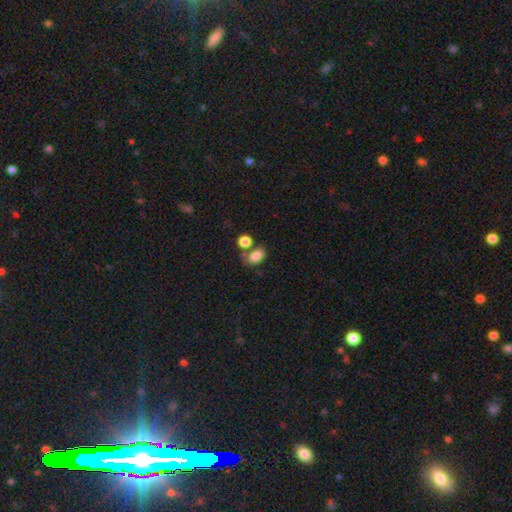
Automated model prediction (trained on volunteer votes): Smooth or featured?
  - smooth: 83% *
  - star or artifact: 10%
  - featured or disk: 8%
How rounded?
  - in between: 79% *
  - round: 20%
  - cigar-shaped: 1%
Merging?
  - none: 51% *
  - merger: 29%
  - minor disturbance: 14%
  - major disturbance: 6%